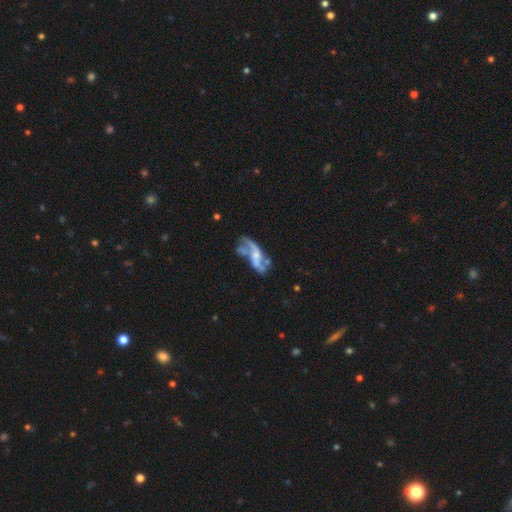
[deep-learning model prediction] Smooth or featured?
  - featured or disk: 77% *
  - smooth: 16%
  - star or artifact: 7%
Edge-on disk?
  - no: 93% *
  - yes: 7%
Bar?
  - no: 52% *
  - weak: 34%
  - strong: 14%
Spiral arms?
  - yes: 83% *
  - no: 17%
Spiral winding?
  - loose: 74% *
  - medium: 20%
  - tight: 6%
Spiral arm count?
  - 2: 77% *
  - can't tell: 8%
  - 1: 6%
  - 3: 5%
  - 4: 2%
  - more than 4: 2%
Bulge size?
  - small: 47% *
  - moderate: 32%
  - none: 17%
  - large: 3%
  - dominant: 1%
Merging?
  - none: 37% *
  - major disturbance: 24%
  - minor disturbance: 20%
  - merger: 19%